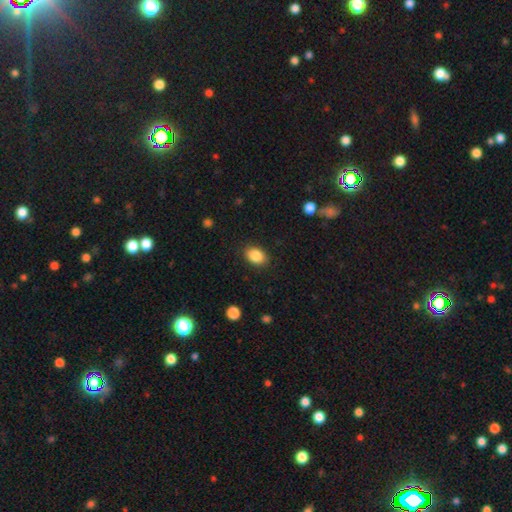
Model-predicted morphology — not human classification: smooth-or-featured: smooth: 87% | star or artifact: 8% | featured or disk: 5%
  how-rounded: in between: 75% | round: 24% | cigar-shaped: 1%
  merging: none: 87% | minor disturbance: 9% | major disturbance: 3% | merger: 1%